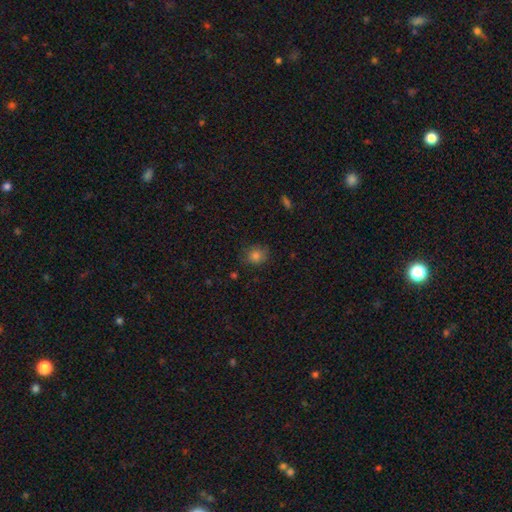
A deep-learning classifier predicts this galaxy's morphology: Smooth or featured: smooth — 81% (star or artifact — 12%)
How rounded: round — 78% (in between — 21%)
Merging: none — 73% (minor disturbance — 20%)